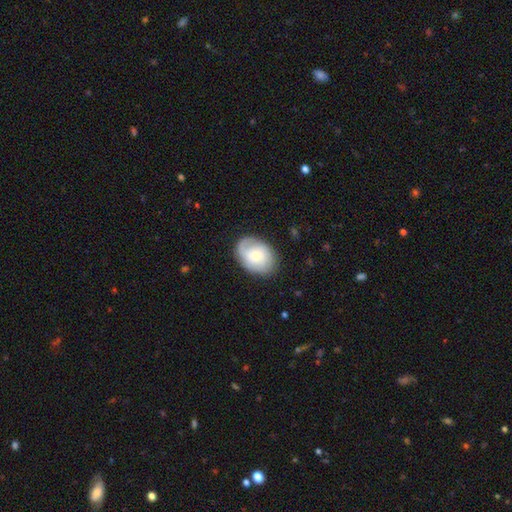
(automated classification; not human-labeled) Overall: featured or disk (56%; smooth 38%). Edge-on disk: no (97%). Bar: no (67%; weak 28%). Spiral arms: yes (86%). Bulge size: small (47%; moderate 44%). Merging: none (78%).